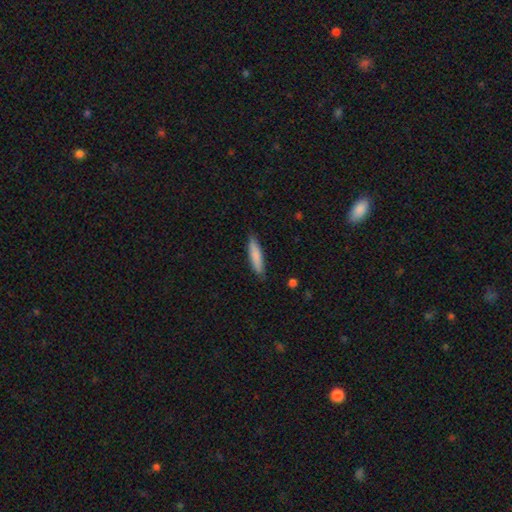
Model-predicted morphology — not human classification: This appears to be a smooth galaxy with no disk features (83%) that is cigar-shaped (82%). Merging: none (85%).